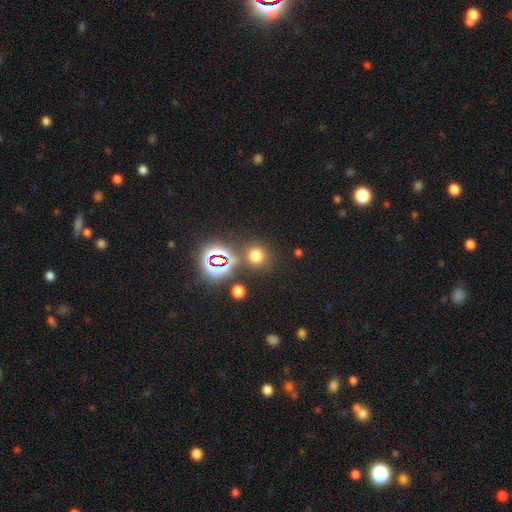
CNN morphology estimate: Smooth or featured? Predicted: smooth (p=0.64). How rounded? Predicted: round (p=0.87). Merging? Predicted: none (p=0.78).